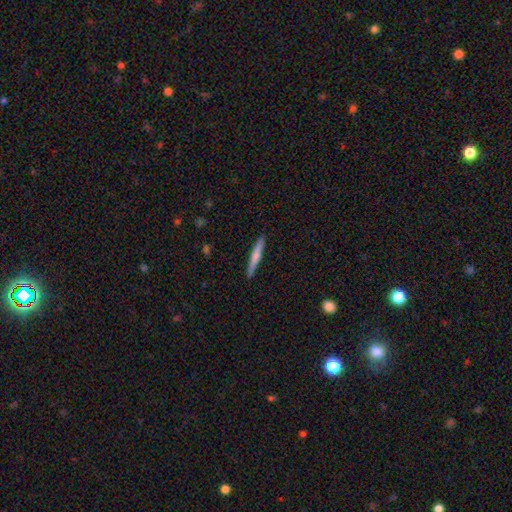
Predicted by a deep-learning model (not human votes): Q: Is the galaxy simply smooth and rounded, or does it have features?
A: smooth — 57%.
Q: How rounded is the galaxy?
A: cigar-shaped — 95%.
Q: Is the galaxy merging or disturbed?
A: none — 90%.